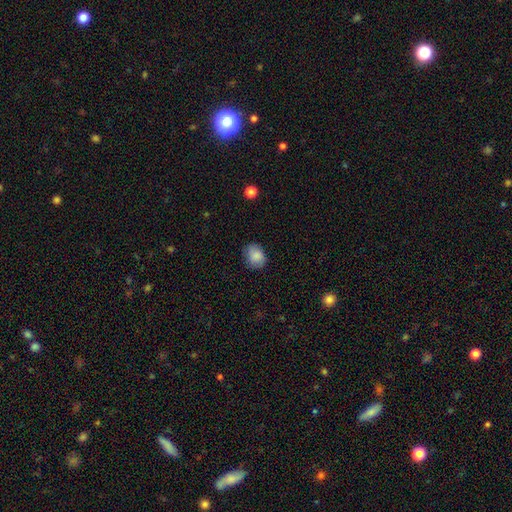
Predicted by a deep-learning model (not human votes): Overall: smooth (85%). How rounded: round (51%; in between 48%). Merging: none (77%).